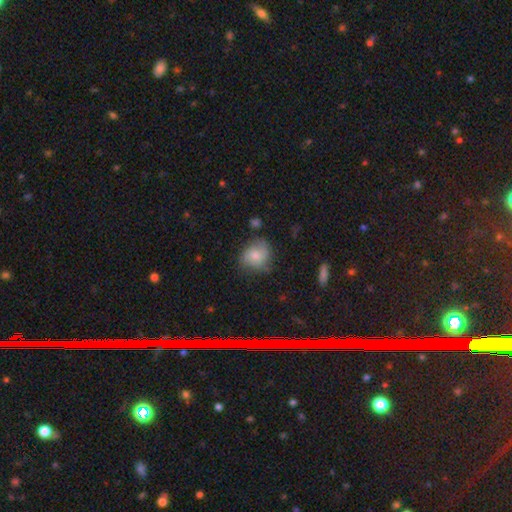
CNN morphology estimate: smooth-or-featured: smooth: 74% | featured or disk: 18% | star or artifact: 8%
  how-rounded: round: 67% | in between: 32% | cigar-shaped: 1%
  merging: none: 62% | minor disturbance: 27% | major disturbance: 8% | merger: 3%